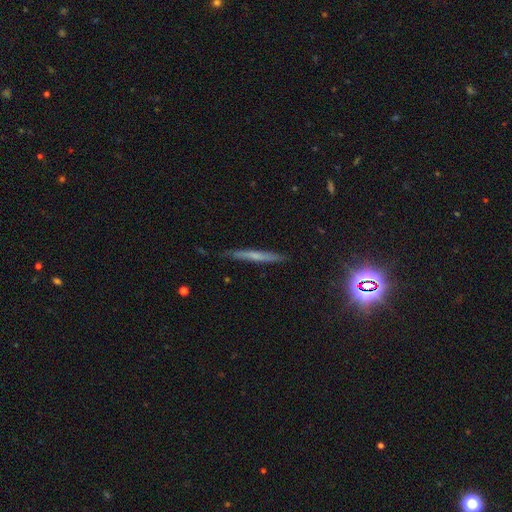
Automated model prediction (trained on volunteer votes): This appears to be a featured or disk galaxy (46%). Merging: none (86%).